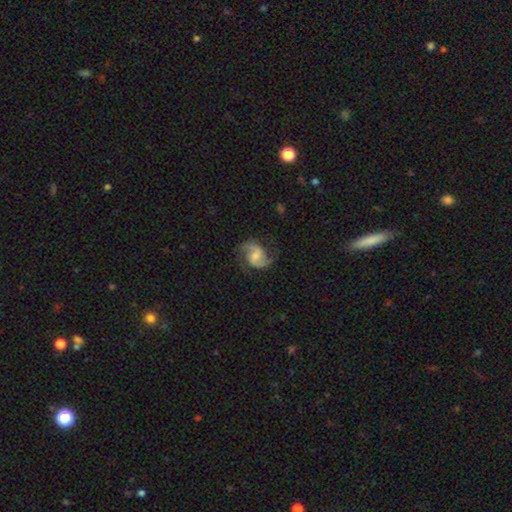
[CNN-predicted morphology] type=featured or disk (83%); edge-on=no (98%); bar=no (45%, tied with weak); spiral arms=yes (96%); winding=medium (50%); arm count=2 (92%); bulge=moderate (39%); merging=none (73%).